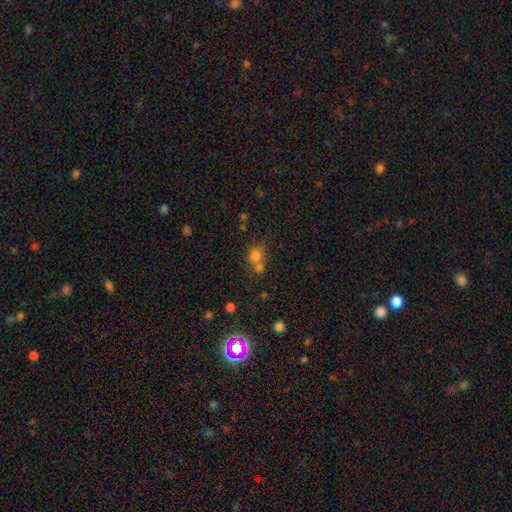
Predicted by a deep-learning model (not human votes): Smooth or featured?
  - smooth: 76% *
  - star or artifact: 15%
  - featured or disk: 10%
How rounded?
  - round: 77% *
  - in between: 22%
  - cigar-shaped: 1%
Merging?
  - merger: 45% *
  - none: 42%
  - minor disturbance: 9%
  - major disturbance: 4%